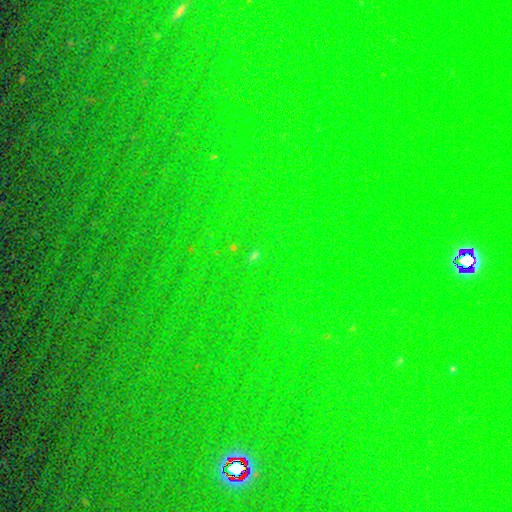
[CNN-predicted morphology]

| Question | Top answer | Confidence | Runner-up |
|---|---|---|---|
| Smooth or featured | star or artifact | 78% | smooth (14%) |